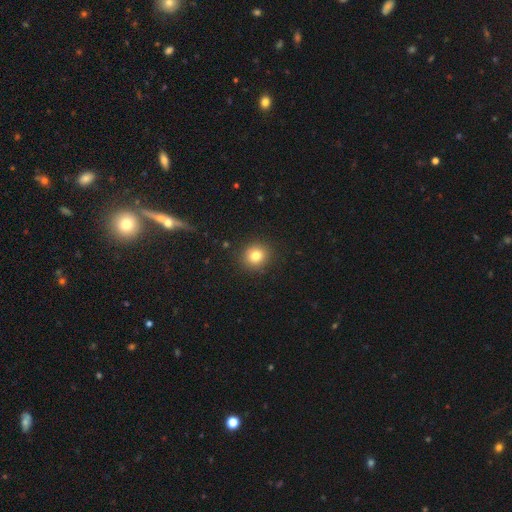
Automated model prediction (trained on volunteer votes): Smooth or featured? smooth (80%)
How rounded? round (88%)
Merging? none (90%)